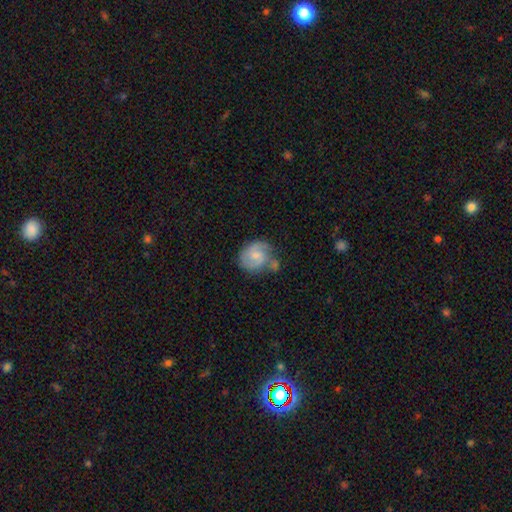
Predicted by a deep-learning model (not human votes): Smooth or featured? Predicted: featured or disk (p=0.54). Edge-on disk? Predicted: no (p=0.98). Bar? Predicted: no (p=0.55). Spiral arms? Predicted: yes (p=0.84). Bulge size? Predicted: small (p=0.50). Merging? Predicted: none (p=0.42).